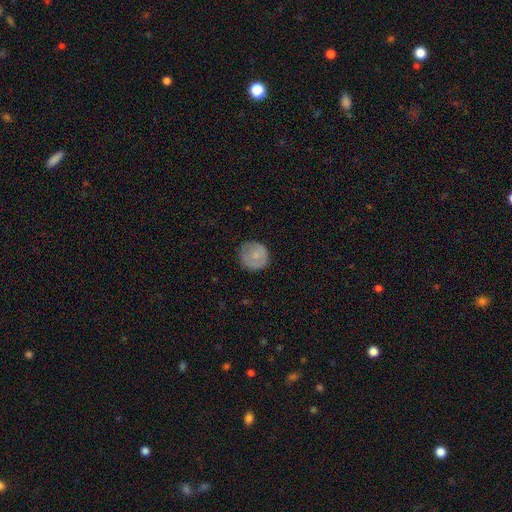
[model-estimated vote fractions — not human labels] The model was most divided on "smooth or featured": smooth: 73%, featured or disk: 20%, star or artifact: 7%. More confident: how rounded — round (91%); merging — none (75%).